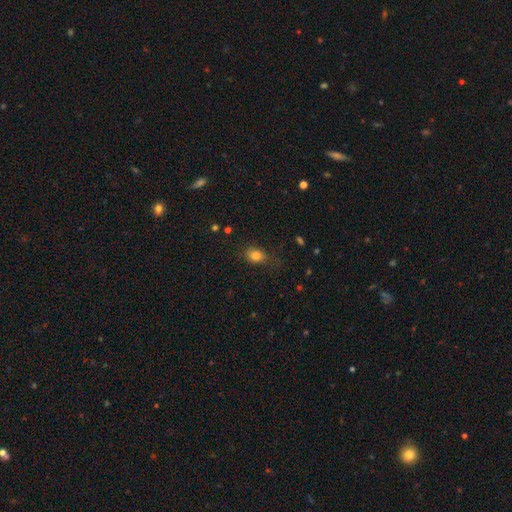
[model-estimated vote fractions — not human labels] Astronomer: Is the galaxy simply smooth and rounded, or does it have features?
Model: smooth — 81%.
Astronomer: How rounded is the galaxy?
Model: in between — 66%.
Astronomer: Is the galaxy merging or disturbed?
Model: none — 67%.